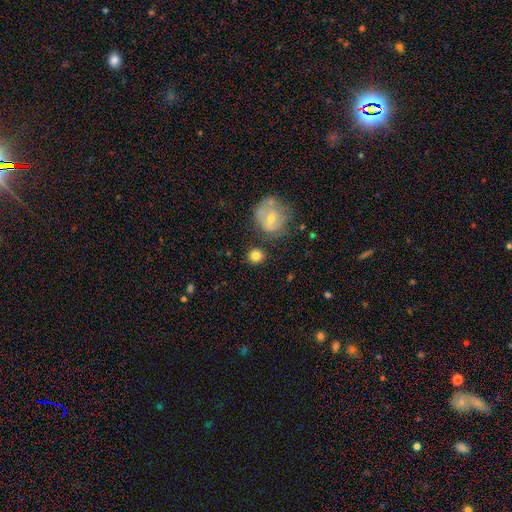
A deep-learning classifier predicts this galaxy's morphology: Smooth or featured? smooth (81%)
How rounded? round (90%)
Merging? none (81%)